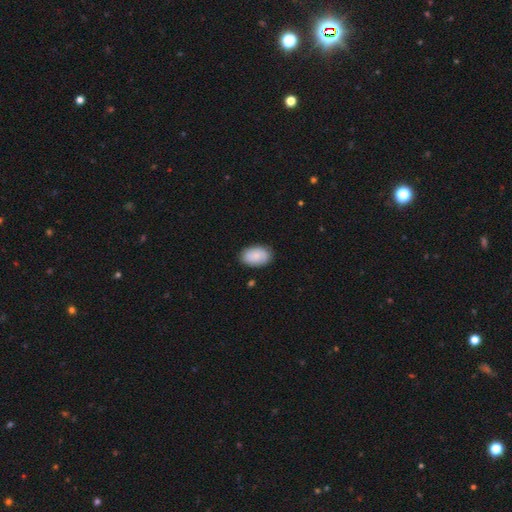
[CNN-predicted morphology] A smooth galaxy with no disk features (80%) that is in between round and cigar-shaped (90%). Merging: none (84%).